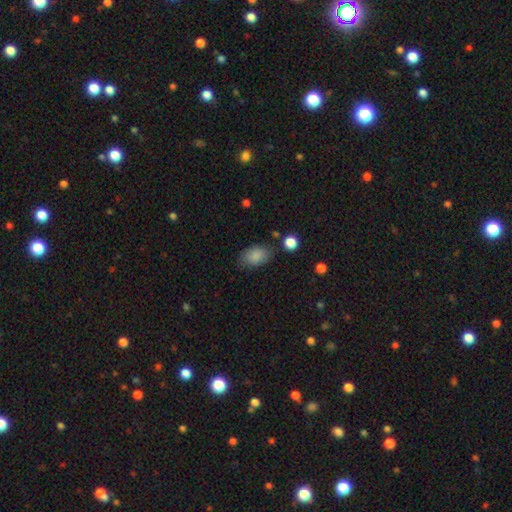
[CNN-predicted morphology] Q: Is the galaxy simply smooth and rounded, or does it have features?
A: smooth — 87%.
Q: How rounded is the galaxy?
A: in between — 87%.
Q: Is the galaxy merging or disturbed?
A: none — 74%.